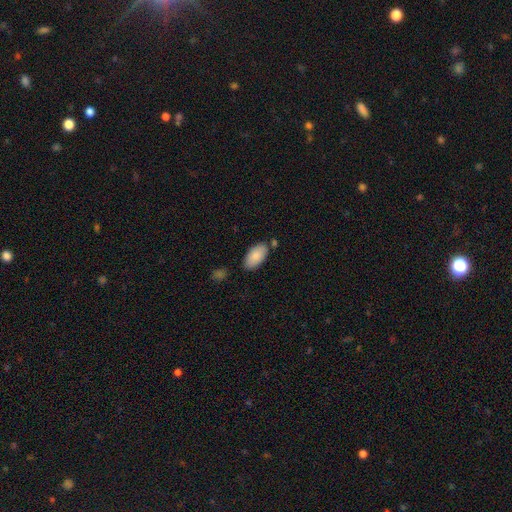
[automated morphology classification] Smooth or featured: smooth — 85% (featured or disk — 9%)
How rounded: in between — 96% (cigar-shaped — 2%)
Merging: none — 77% (minor disturbance — 15%)